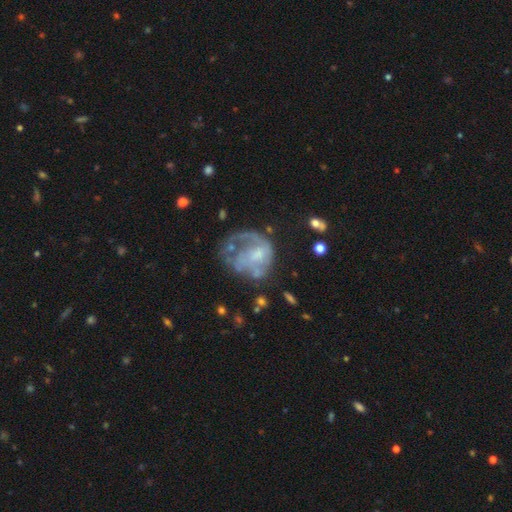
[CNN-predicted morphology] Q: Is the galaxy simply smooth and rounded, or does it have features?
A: featured or disk — 65%.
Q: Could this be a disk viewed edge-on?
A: no — 98%.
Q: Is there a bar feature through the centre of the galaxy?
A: no — 74%.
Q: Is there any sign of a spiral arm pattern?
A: no — 53%.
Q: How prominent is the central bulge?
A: none — 36%.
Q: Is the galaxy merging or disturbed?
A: major disturbance — 40%.